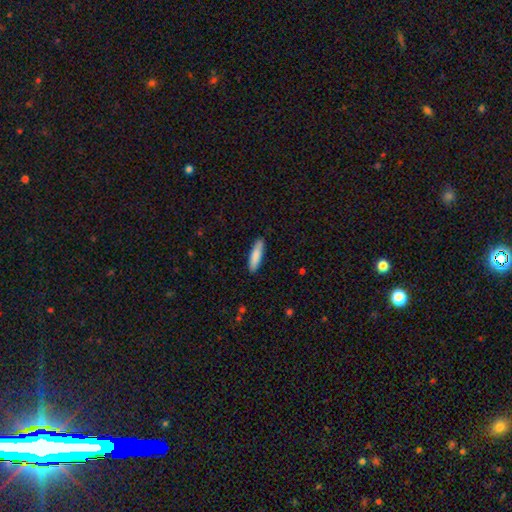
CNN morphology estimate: Smooth or featured?
  - smooth: 85% *
  - featured or disk: 9%
  - star or artifact: 5%
How rounded?
  - cigar-shaped: 72% *
  - in between: 26%
  - round: 1%
Merging?
  - none: 89% *
  - minor disturbance: 9%
  - major disturbance: 2%
  - merger: 1%